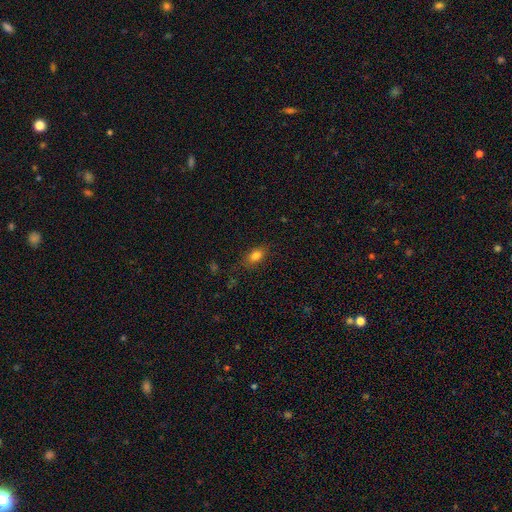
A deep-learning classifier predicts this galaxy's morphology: A smooth galaxy with no disk features (82%) that is in between round and cigar-shaped (84%). Merging: none (81%).